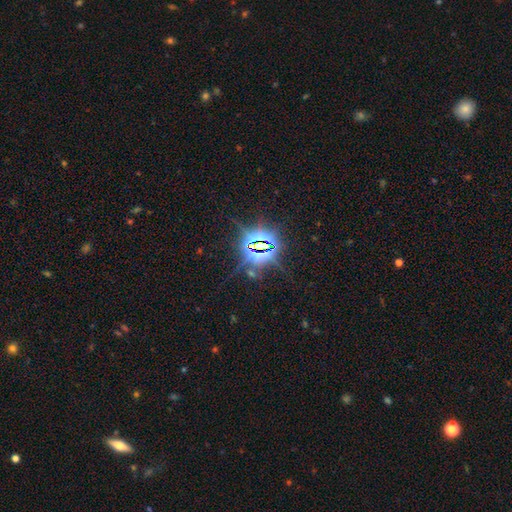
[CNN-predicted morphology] type=star or artifact (86%).